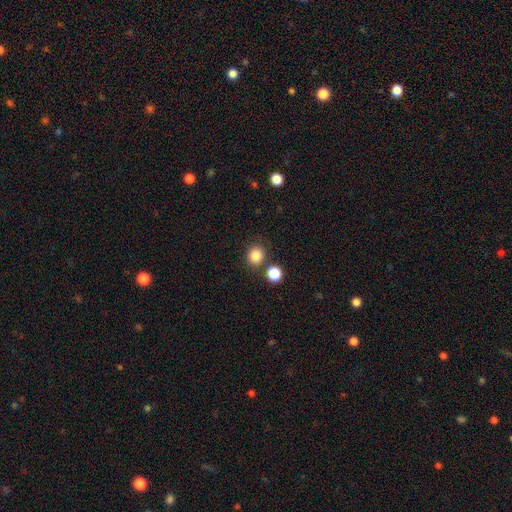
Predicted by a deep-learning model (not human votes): smooth 84%, star or artifact 12%, featured or disk 4%. Down the decision tree: how rounded — round (85%); merging — none (78%).